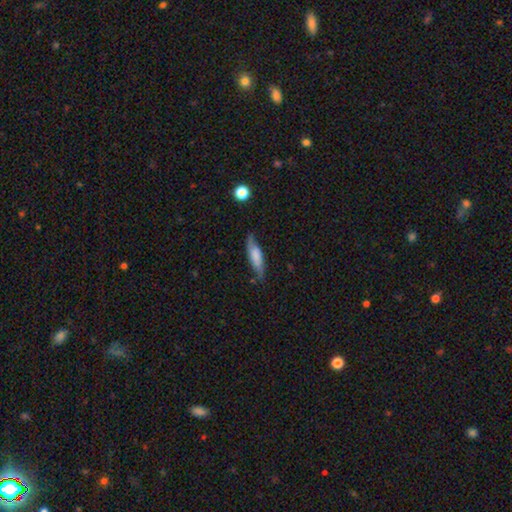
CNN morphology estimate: type=smooth (59%); roundness=cigar-shaped (56%); merging=none (68%).